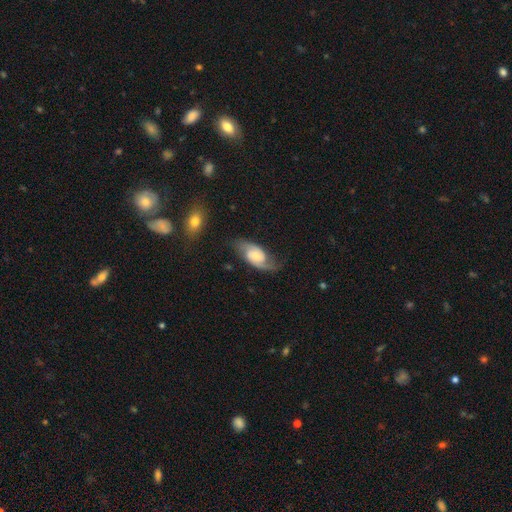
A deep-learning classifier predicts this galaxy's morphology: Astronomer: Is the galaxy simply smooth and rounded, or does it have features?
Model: featured or disk — 76%.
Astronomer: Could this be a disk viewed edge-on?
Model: no — 95%.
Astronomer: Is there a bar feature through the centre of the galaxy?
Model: no — 59%.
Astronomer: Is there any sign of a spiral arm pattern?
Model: yes — 94%.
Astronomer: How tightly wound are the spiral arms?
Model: medium — 46% (runner-up: loose, 32%).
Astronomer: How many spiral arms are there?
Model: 2 — 88%.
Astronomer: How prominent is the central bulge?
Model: moderate — 49% (runner-up: small, 38%).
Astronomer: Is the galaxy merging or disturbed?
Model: none — 69%.